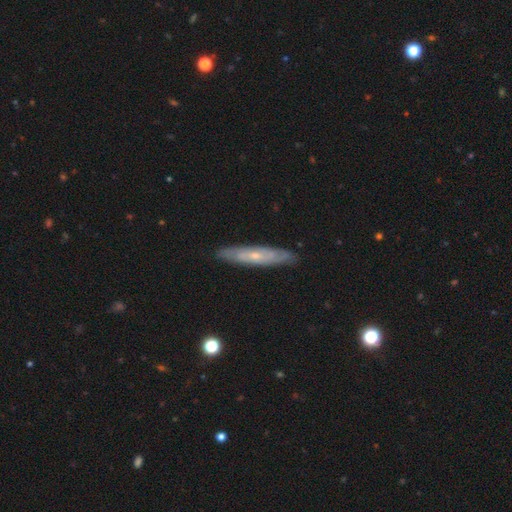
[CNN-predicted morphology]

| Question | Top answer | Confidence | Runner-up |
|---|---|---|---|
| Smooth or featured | featured or disk | 63% | smooth (31%) |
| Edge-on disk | yes | 57% | no (43%) |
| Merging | none | 87% | minor disturbance (10%) |